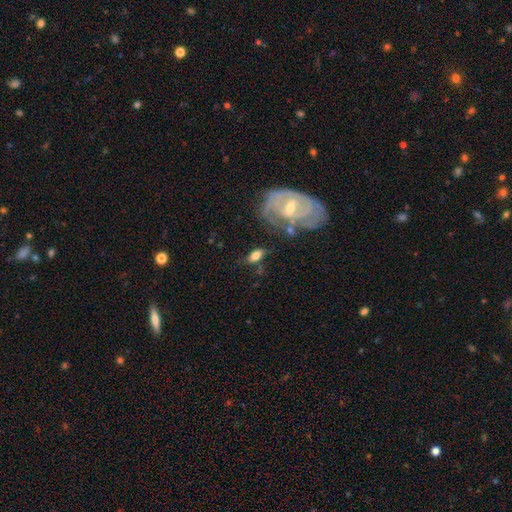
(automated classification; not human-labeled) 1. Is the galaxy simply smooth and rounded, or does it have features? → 56% smooth, 36% featured or disk, 8% star or artifact.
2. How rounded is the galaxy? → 84% in between, 8% cigar-shaped, 8% round.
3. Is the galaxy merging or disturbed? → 61% none, 20% minor disturbance, 10% major disturbance, 8% merger.